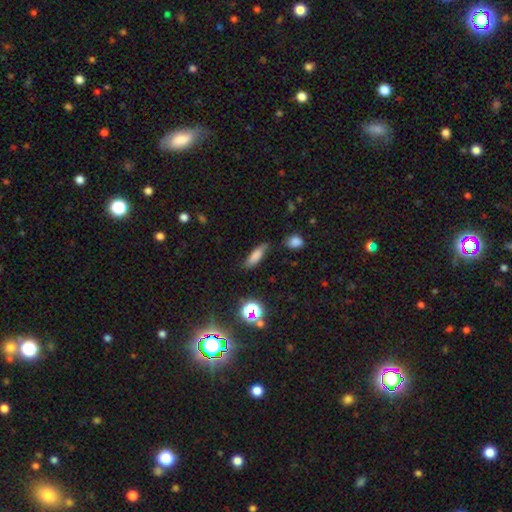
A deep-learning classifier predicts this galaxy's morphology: smooth_or_featured: smooth (p=0.74) [alt: star or artifact p=0.13]
how_rounded: in between (p=0.51) [alt: cigar-shaped p=0.44]
merging: none (p=0.65) [alt: minor disturbance p=0.24]